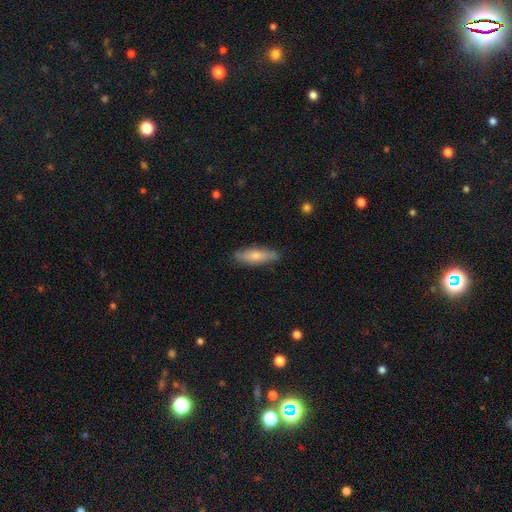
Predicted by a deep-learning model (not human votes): Smooth or featured? Predicted: smooth (p=0.62). How rounded? Predicted: cigar-shaped (p=0.53). Merging? Predicted: none (p=0.81).